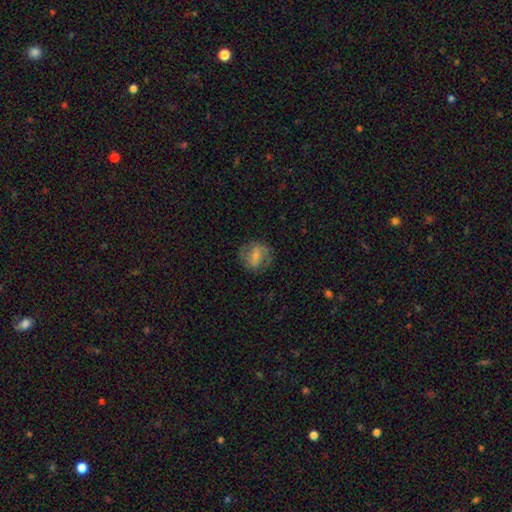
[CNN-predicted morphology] Smooth or featured? Predicted: featured or disk (p=0.50). Merging? Predicted: none (p=0.79).